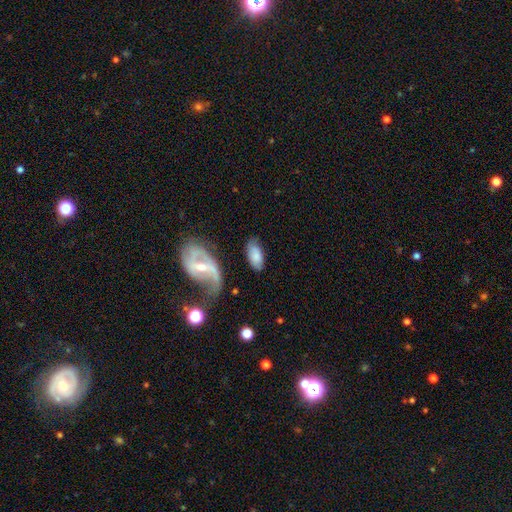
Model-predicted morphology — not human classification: Smooth or featured?
  - smooth: 66% *
  - featured or disk: 27%
  - star or artifact: 7%
How rounded?
  - in between: 92% *
  - cigar-shaped: 5%
  - round: 3%
Merging?
  - none: 64% *
  - minor disturbance: 21%
  - major disturbance: 9%
  - merger: 5%